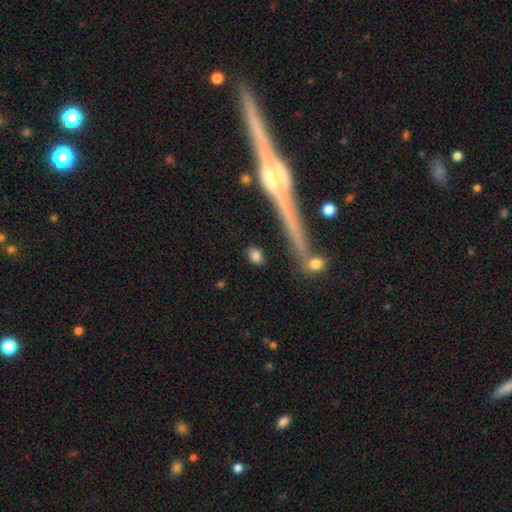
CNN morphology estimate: The model was most divided on "how rounded": in between: 50%, round: 41%, cigar-shaped: 9%. More confident: merging — none (82%); smooth or featured — smooth (81%).